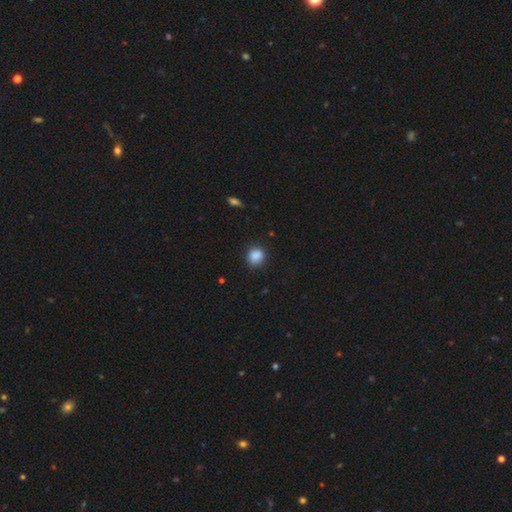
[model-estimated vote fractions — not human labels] The model was most divided on "how rounded": round: 80%, in between: 19%, cigar-shaped: 1%. More confident: smooth or featured — smooth (88%); merging — none (87%).